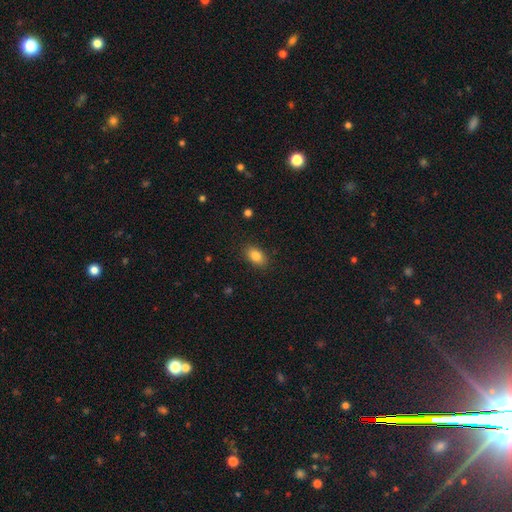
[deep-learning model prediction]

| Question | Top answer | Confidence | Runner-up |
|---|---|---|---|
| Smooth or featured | smooth | 84% | star or artifact (9%) |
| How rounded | in between | 88% | round (10%) |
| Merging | none | 87% | minor disturbance (10%) |